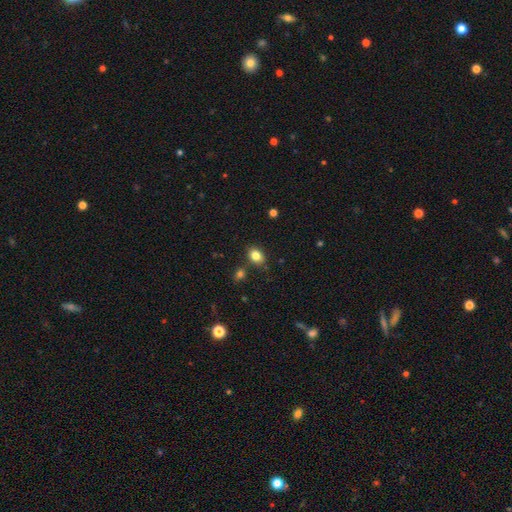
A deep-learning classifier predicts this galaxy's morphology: Overall: smooth (83%). How rounded: in between (66%; round 33%). Merging: none (81%).